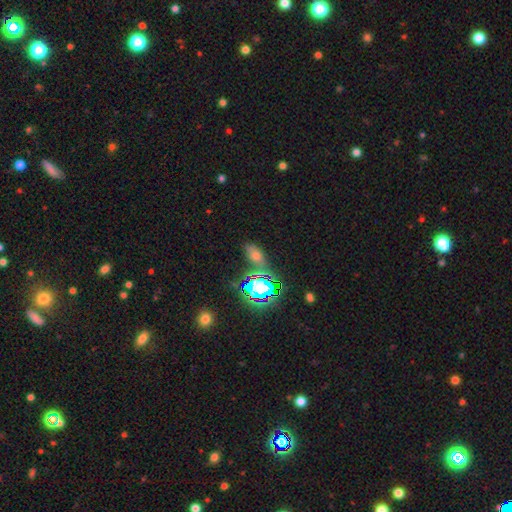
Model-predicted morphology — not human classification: Smooth or featured? star or artifact (44%)